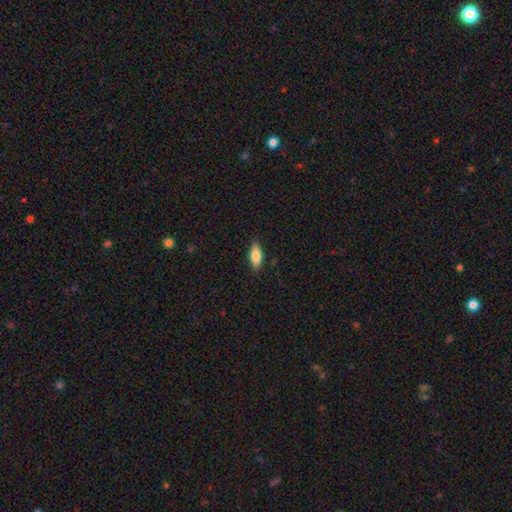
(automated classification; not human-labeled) smooth_or_featured: smooth (p=0.84) [alt: featured or disk p=0.10]
how_rounded: in between (p=0.79) [alt: cigar-shaped p=0.19]
merging: none (p=0.87) [alt: minor disturbance p=0.10]